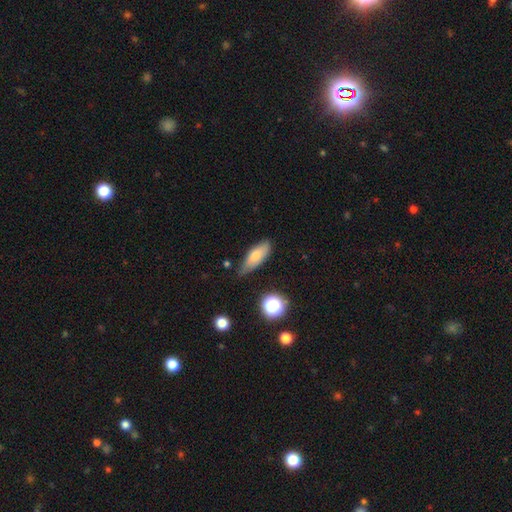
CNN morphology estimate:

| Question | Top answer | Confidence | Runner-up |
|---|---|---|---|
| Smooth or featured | smooth | 69% | featured or disk (23%) |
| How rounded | in between | 71% | cigar-shaped (25%) |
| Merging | none | 61% | minor disturbance (31%) |